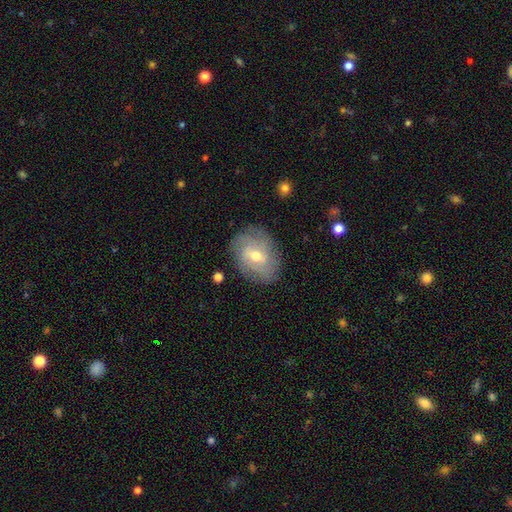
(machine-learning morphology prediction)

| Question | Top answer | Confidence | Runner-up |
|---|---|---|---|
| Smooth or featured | featured or disk | 68% | smooth (25%) |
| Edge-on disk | no | 95% | yes (5%) |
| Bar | weak | 53% | no (33%) |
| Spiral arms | yes | 79% | no (21%) |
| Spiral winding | tight | 56% | medium (31%) |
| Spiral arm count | can't tell | 49% | 2 (23%) |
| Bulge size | moderate | 63% | small (32%) |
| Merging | none | 78% | minor disturbance (15%) |